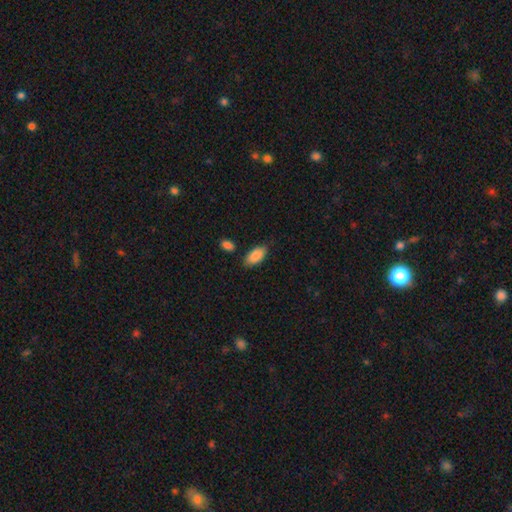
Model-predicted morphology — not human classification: The model was most divided on "merging": none: 80%, minor disturbance: 13%, merger: 4%, major disturbance: 3%. More confident: how rounded — in between (91%); smooth or featured — smooth (88%).